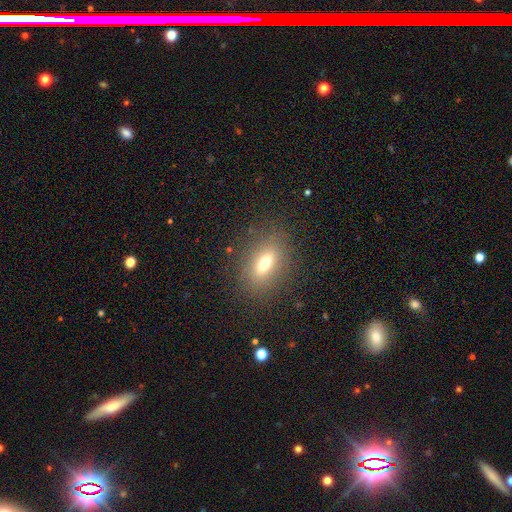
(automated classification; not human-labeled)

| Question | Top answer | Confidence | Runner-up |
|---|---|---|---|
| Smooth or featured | smooth | 57% | star or artifact (26%) |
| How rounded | in between | 74% | round (21%) |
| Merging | none | 88% | minor disturbance (7%) |